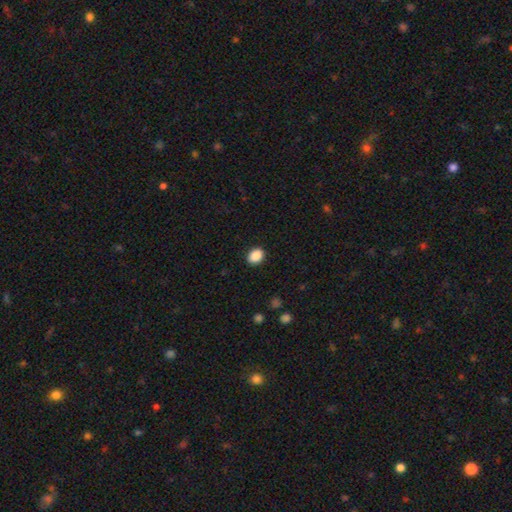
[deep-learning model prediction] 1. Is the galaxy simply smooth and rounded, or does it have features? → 89% smooth, 8% star or artifact, 3% featured or disk.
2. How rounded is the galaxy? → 65% in between, 34% round, 1% cigar-shaped.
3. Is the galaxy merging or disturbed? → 89% none, 8% minor disturbance, 2% major disturbance, 1% merger.